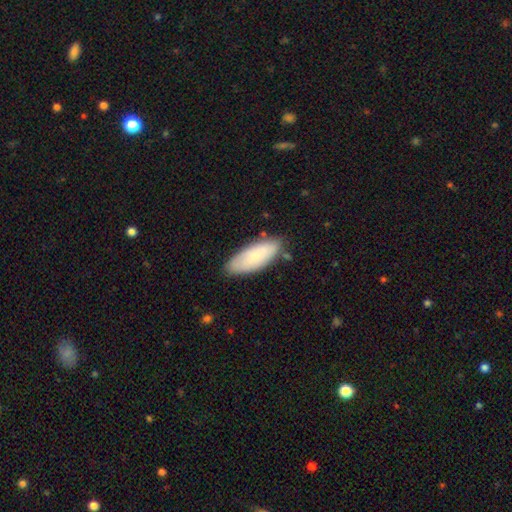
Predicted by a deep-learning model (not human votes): The model was most divided on "smooth or featured": smooth: 75%, featured or disk: 19%, star or artifact: 6%. More confident: merging — none (79%); how rounded — in between (78%).